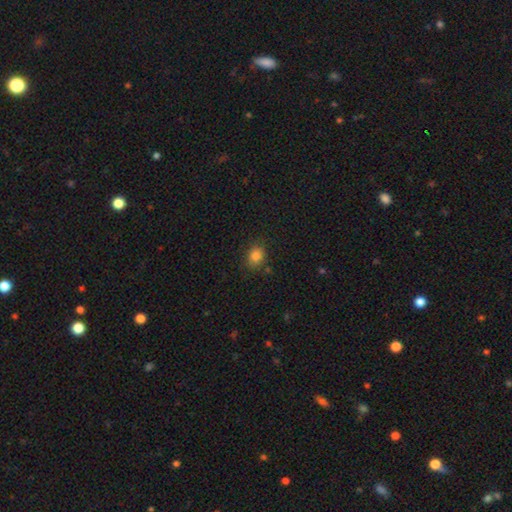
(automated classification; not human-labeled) smooth-or-featured: smooth: 84% | star or artifact: 11% | featured or disk: 5%
  how-rounded: round: 53% | in between: 46% | cigar-shaped: 1%
  merging: none: 80% | minor disturbance: 13% | major disturbance: 4% | merger: 3%